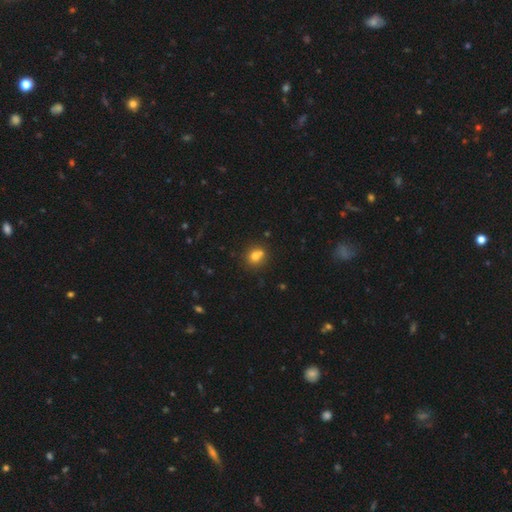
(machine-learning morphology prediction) This appears to be a smooth galaxy with no disk features (73%) that is round (78%). Merging: none (53%).